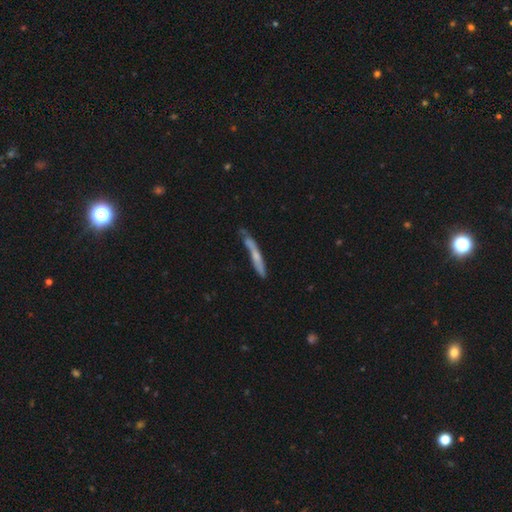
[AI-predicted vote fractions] Smooth or featured? Predicted: featured or disk (p=0.47). Merging? Predicted: none (p=0.61).